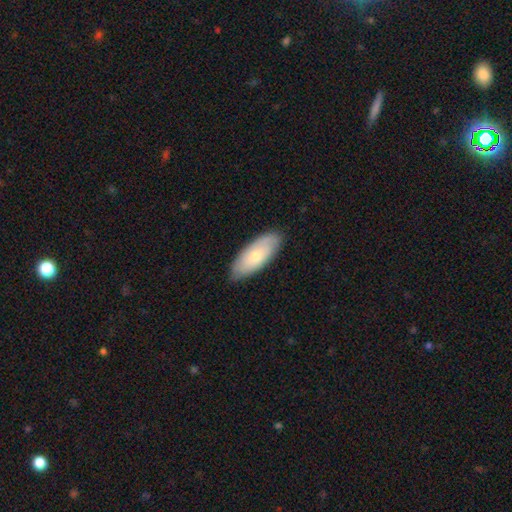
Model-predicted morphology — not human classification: Smooth or featured? smooth (63%)
How rounded? in between (82%)
Merging? none (83%)